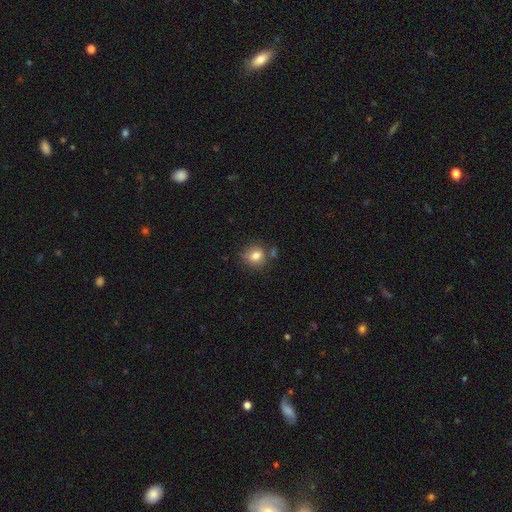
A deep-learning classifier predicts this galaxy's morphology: A smooth galaxy with no disk features (81%) that is round (77%). Merging: none (71%).